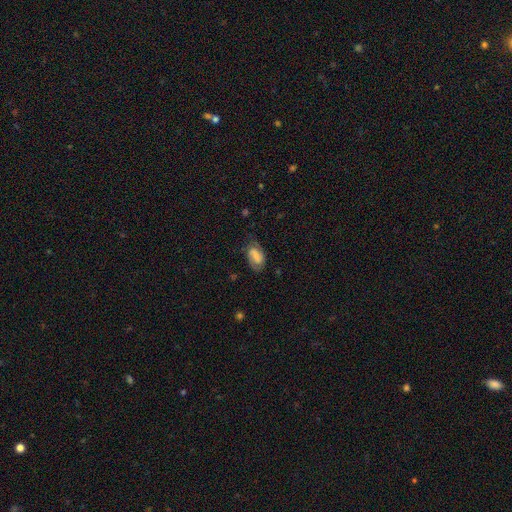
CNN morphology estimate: smooth 46%, featured or disk 45%, star or artifact 9%. Down the decision tree: merging — none (61%).